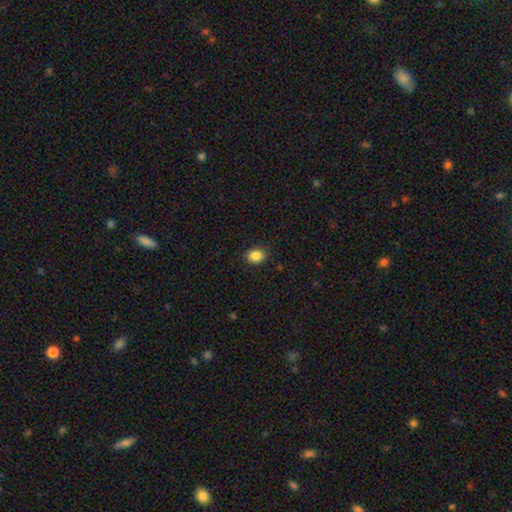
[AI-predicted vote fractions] Q: Smooth or featured?
A: smooth (86%); runner-up: star or artifact (10%)
Q: How rounded?
A: in between (52%); runner-up: round (47%)
Q: Merging?
A: none (89%); runner-up: minor disturbance (8%)